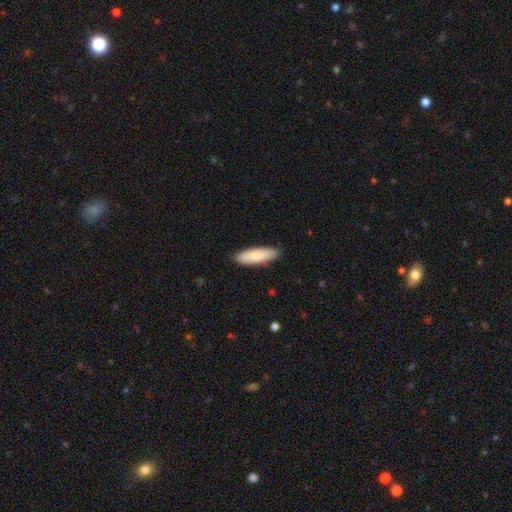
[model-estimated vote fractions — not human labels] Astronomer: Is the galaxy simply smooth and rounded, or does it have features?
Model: smooth — 81%.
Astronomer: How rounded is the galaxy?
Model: cigar-shaped — 49%, tied with in between at 49%.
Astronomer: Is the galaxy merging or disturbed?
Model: none — 88%.